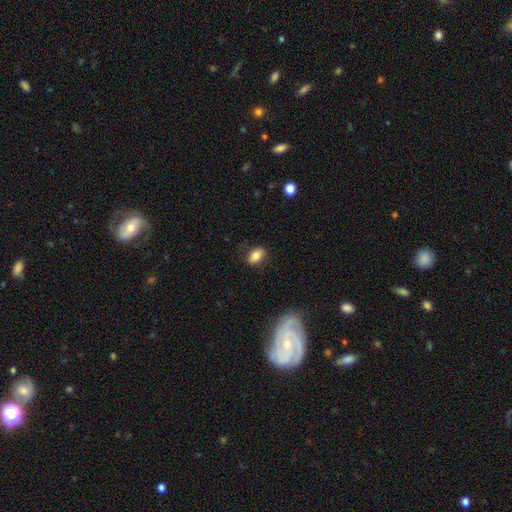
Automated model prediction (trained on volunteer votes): This is clearly a smooth galaxy (83%). How rounded: clearly in between (88%). Merging: clearly none (83%).